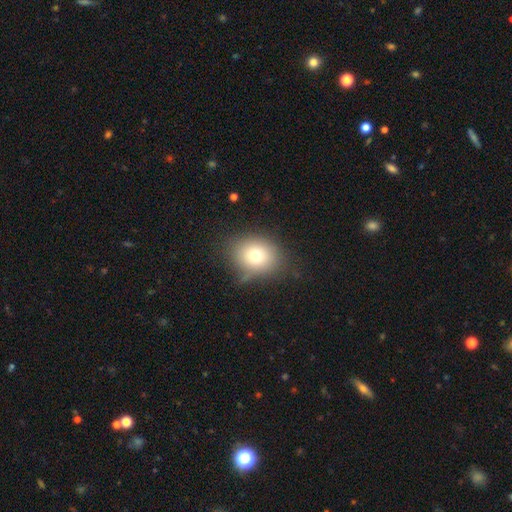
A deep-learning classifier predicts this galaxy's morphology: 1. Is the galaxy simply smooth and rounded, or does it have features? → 72% smooth, 14% featured or disk, 14% star or artifact.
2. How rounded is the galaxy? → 56% round, 43% in between, 1% cigar-shaped.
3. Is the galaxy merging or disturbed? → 72% none, 18% minor disturbance, 7% major disturbance, 2% merger.